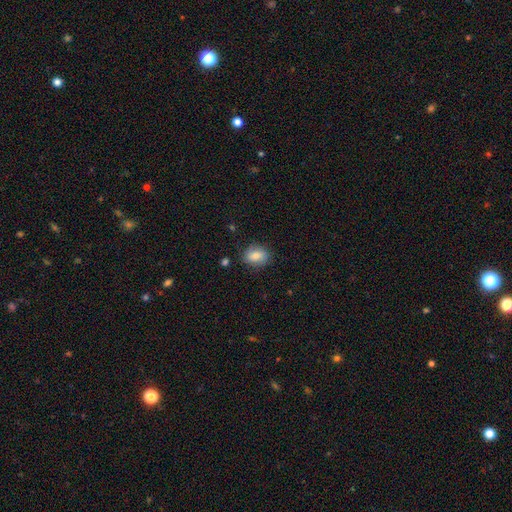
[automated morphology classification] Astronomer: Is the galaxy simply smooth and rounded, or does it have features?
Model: smooth — 77%.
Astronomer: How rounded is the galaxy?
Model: in between — 65%.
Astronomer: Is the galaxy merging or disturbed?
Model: none — 80%.